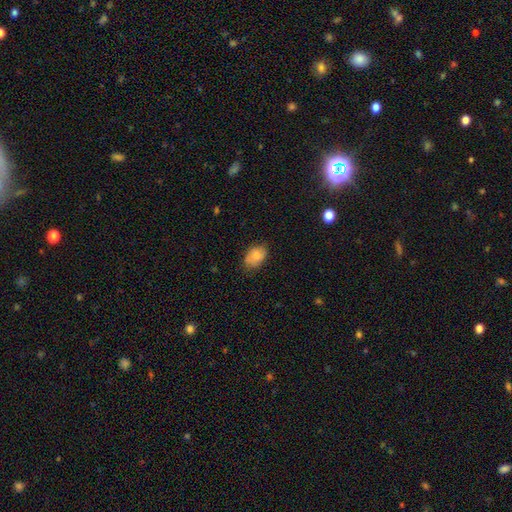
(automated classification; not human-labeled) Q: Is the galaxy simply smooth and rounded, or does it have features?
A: smooth — 82%.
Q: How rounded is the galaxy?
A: in between — 81%.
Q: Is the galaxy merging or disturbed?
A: none — 69%.